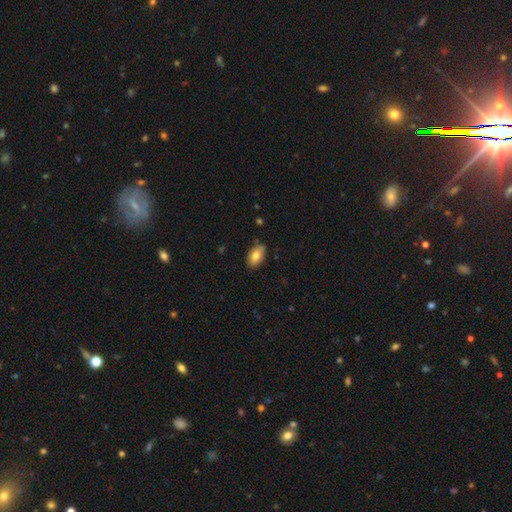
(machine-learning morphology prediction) The model was most divided on "smooth or featured": smooth: 77%, featured or disk: 16%, star or artifact: 7%. More confident: how rounded — in between (91%); merging — none (80%).